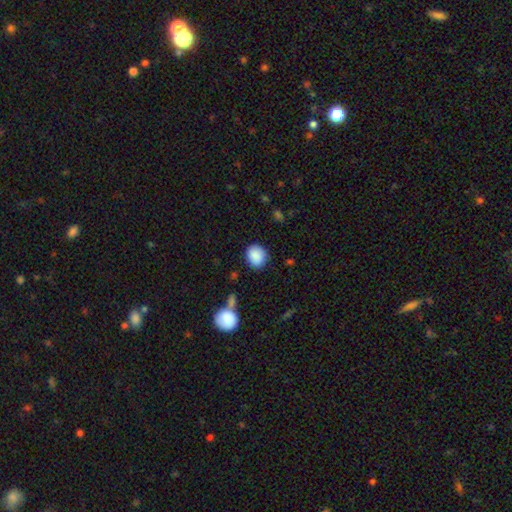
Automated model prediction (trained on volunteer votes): Smooth or featured? smooth (89%)
How rounded? round (73%)
Merging? none (83%)